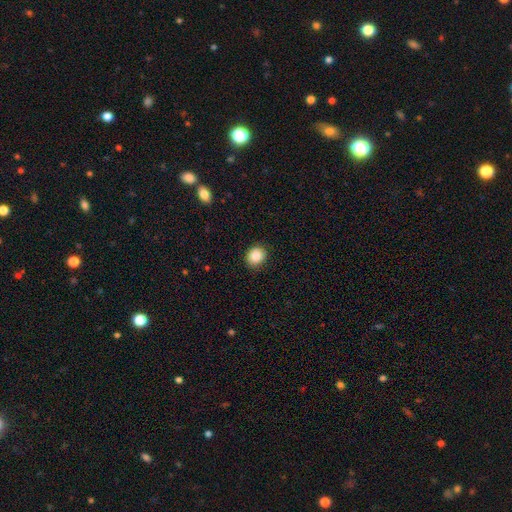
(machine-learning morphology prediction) Smooth or featured: smooth — 86% (star or artifact — 9%)
How rounded: round — 71% (in between — 28%)
Merging: none — 88% (minor disturbance — 9%)